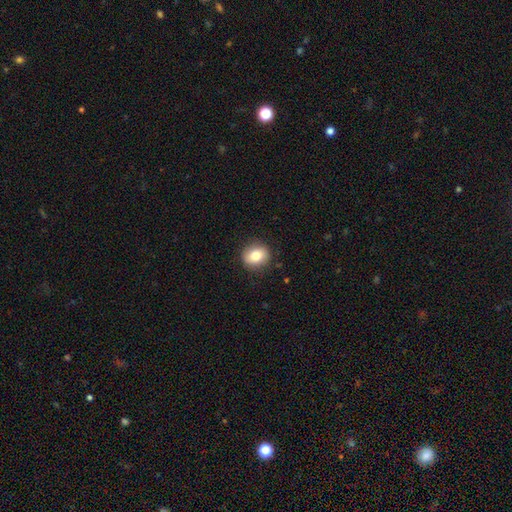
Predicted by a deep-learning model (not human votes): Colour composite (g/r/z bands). It shows a smooth galaxy with no disk features (81%) that is round (74%). Merging: none (88%).